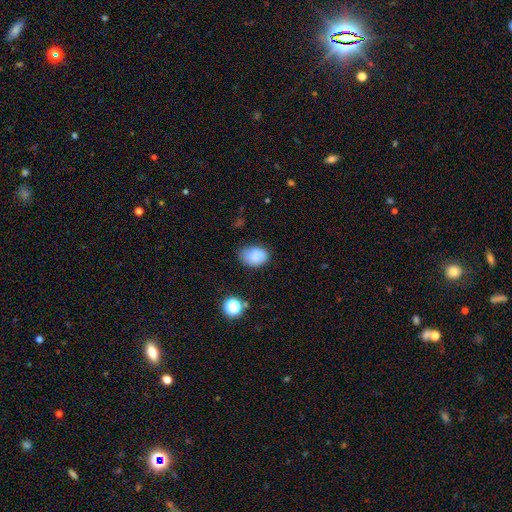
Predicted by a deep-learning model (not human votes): smooth_or_featured: smooth (p=0.79) [alt: star or artifact p=0.11]
how_rounded: in between (p=0.72) [alt: round p=0.27]
merging: none (p=0.64) [alt: minor disturbance p=0.26]